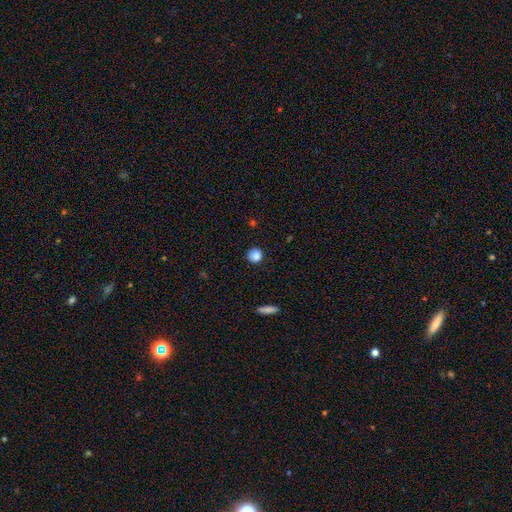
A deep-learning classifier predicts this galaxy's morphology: smooth_or_featured: smooth (p=0.87) [alt: star or artifact p=0.09]
how_rounded: round (p=0.92) [alt: in between p=0.07]
merging: none (p=0.88) [alt: minor disturbance p=0.08]